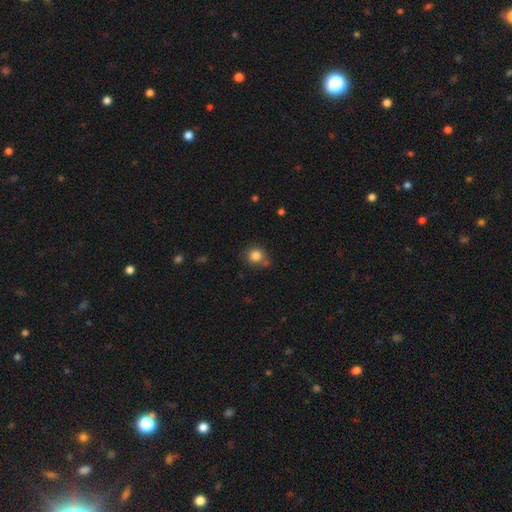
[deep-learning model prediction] smooth_or_featured: smooth (p=0.83) [alt: star or artifact p=0.11]
how_rounded: round (p=0.84) [alt: in between p=0.15]
merging: none (p=0.69) [alt: minor disturbance p=0.15]